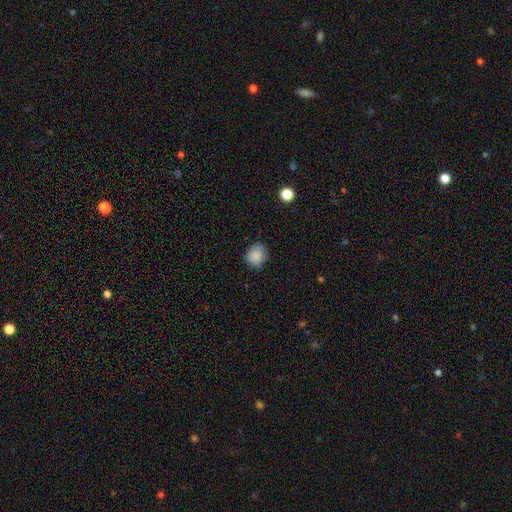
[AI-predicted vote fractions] Smooth or featured? Predicted: smooth (p=0.86). How rounded? Predicted: round (p=0.76). Merging? Predicted: none (p=0.80).